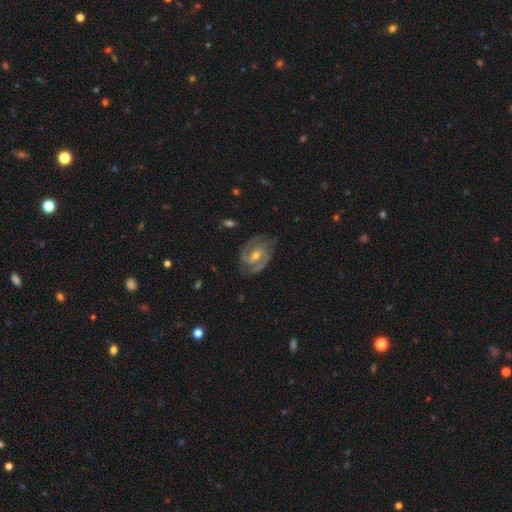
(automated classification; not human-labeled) Morphology: type=featured or disk (90%); edge-on=no (97%); bar=weak (47%); spiral arms=yes (98%); winding=medium (51%); arm count=2 (81%); bulge=moderate (57%); merging=none (79%).